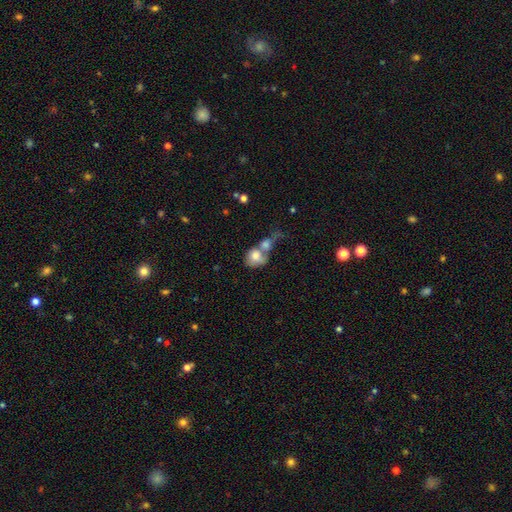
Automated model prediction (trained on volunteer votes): A smooth galaxy with no disk features (73%) that is round (60%). Merging: merger (69%).